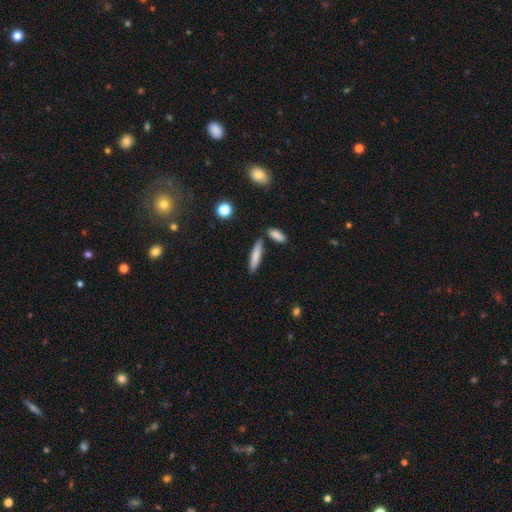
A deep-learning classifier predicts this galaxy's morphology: The model was most divided on "smooth or featured": smooth: 79%, featured or disk: 15%, star or artifact: 6%. More confident: how rounded — cigar-shaped (81%); merging — none (80%).